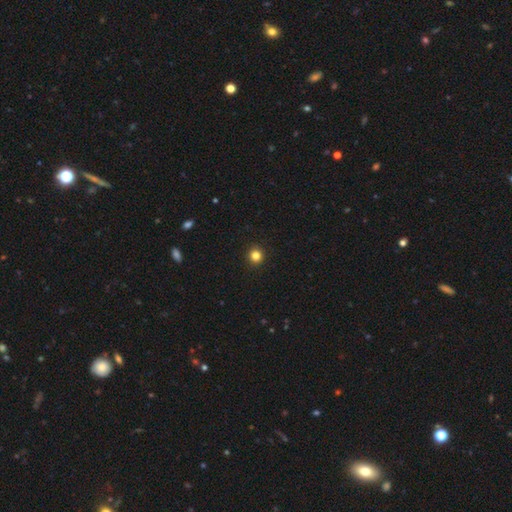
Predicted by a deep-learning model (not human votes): smooth_or_featured: smooth (p=0.83) [alt: star or artifact p=0.12]
how_rounded: round (p=0.94) [alt: in between p=0.05]
merging: none (p=0.94) [alt: minor disturbance p=0.04]